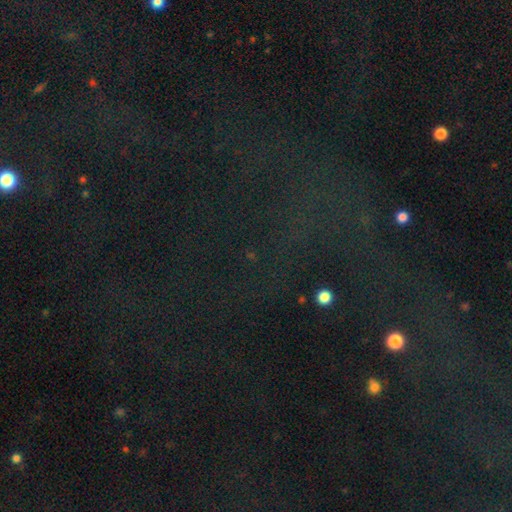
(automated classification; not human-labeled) Overall: star or artifact (77%).